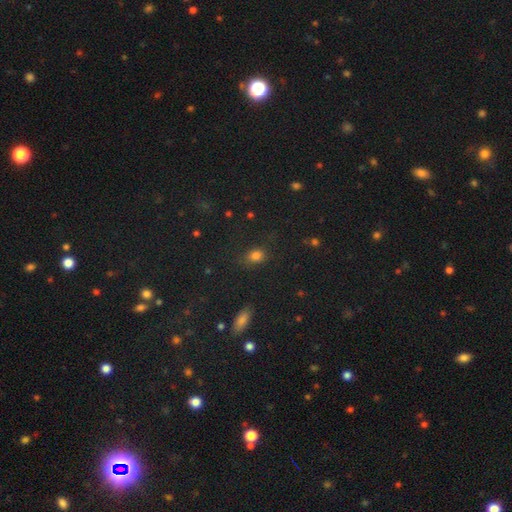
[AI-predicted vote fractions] Smooth or featured: smooth — 80% (star or artifact — 15%)
How rounded: in between — 61% (round — 36%)
Merging: none — 79% (minor disturbance — 14%)